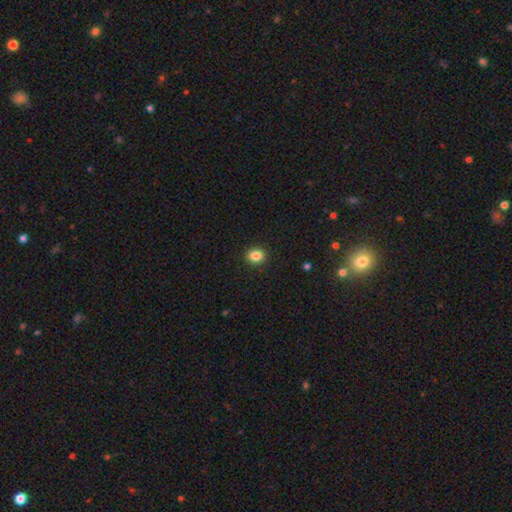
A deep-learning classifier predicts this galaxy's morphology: The model was most divided on "how rounded": round: 68%, in between: 31%, cigar-shaped: 1%. More confident: merging — none (92%); smooth or featured — smooth (85%).